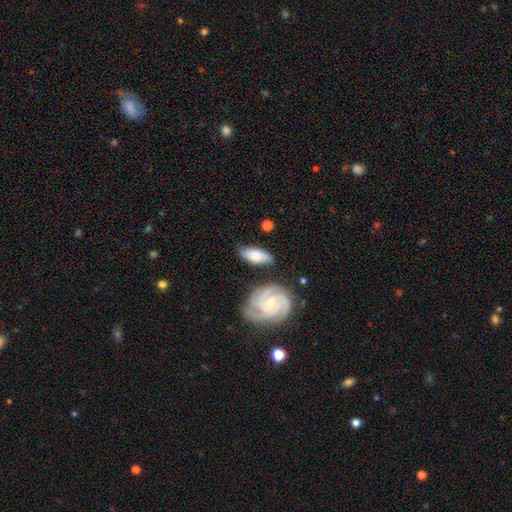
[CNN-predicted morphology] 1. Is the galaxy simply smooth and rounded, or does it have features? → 55% smooth, 39% featured or disk, 6% star or artifact.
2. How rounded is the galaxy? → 74% in between, 24% cigar-shaped, 3% round.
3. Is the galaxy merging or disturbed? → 72% none, 17% minor disturbance, 7% merger, 5% major disturbance.